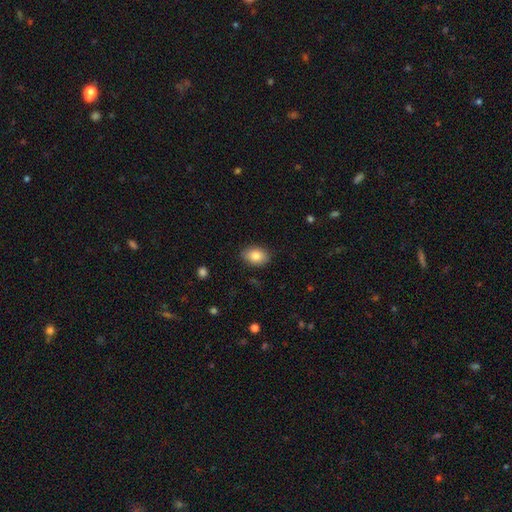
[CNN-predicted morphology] The model was most divided on "how rounded": in between: 81%, round: 18%, cigar-shaped: 1%. More confident: merging — none (85%); smooth or featured — smooth (84%).